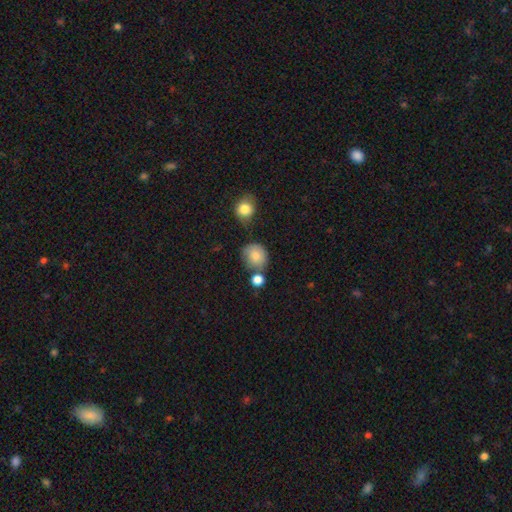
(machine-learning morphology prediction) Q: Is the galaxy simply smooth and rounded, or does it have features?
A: smooth — 82%.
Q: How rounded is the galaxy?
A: round — 79%.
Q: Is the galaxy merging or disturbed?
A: none — 59%.